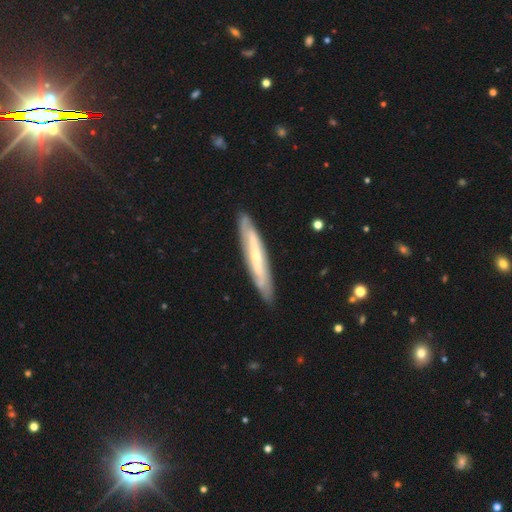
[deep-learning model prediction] smooth_or_featured: featured or disk (p=0.63) [alt: smooth p=0.31]
disk_edge_on: yes (p=0.66) [alt: no p=0.34]
merging: none (p=0.85) [alt: minor disturbance p=0.11]